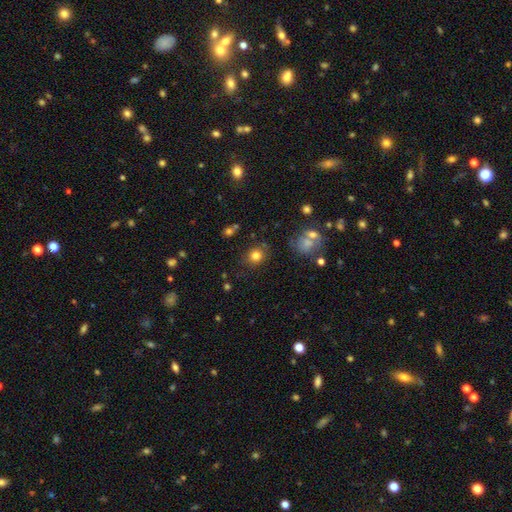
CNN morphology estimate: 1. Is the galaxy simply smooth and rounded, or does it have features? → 80% smooth, 13% star or artifact, 7% featured or disk.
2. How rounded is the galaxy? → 79% round, 20% in between, 1% cigar-shaped.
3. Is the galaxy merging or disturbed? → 81% none, 11% minor disturbance, 4% merger, 4% major disturbance.